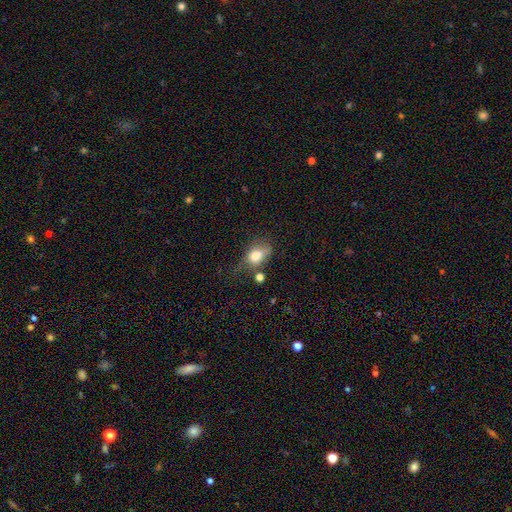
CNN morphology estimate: This is likely a smooth galaxy (74%). How rounded: likely in between (69%). Merging: marginally none (38%).